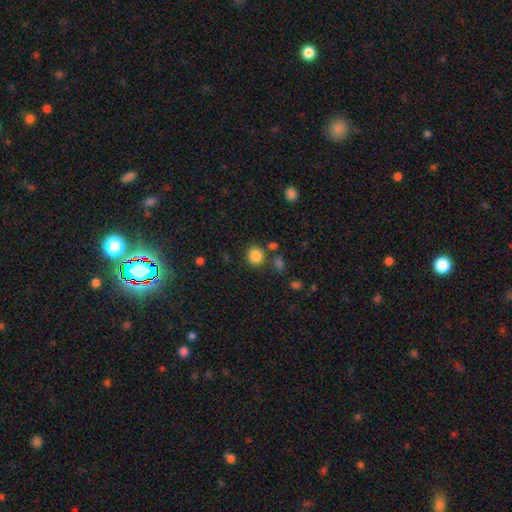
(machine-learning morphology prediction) Q: Smooth or featured?
A: smooth (85%); runner-up: star or artifact (11%)
Q: How rounded?
A: round (86%); runner-up: in between (13%)
Q: Merging?
A: none (80%); runner-up: minor disturbance (9%)